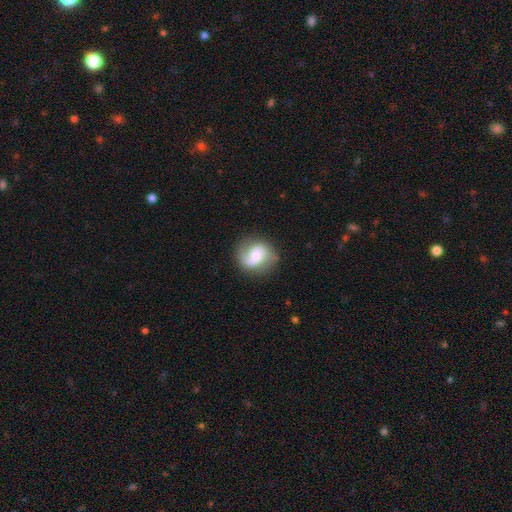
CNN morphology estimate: This appears to be a featured or disk galaxy (65%) with no bar (49%), 2 (68%) loose (44%) spiral arms (92%) and a moderate central bulge (43%). Merging: none (72%).